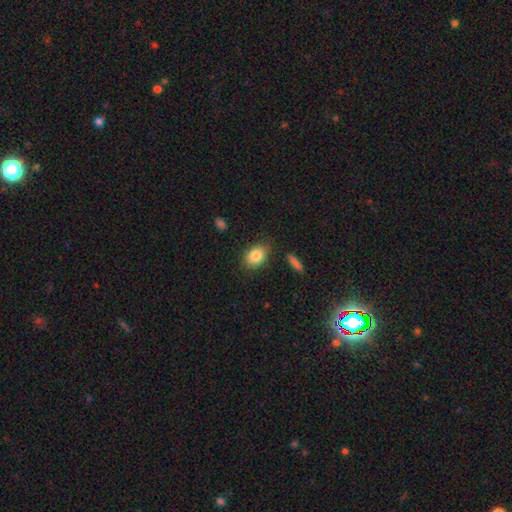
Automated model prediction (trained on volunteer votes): A smooth galaxy with no disk features (84%) that is in between round and cigar-shaped (75%). Merging: none (81%).